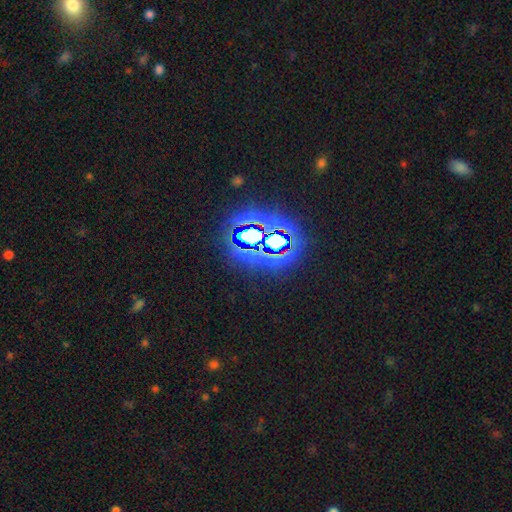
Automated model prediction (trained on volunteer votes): The model was most divided on "smooth or featured": star or artifact: 76%, smooth: 15%, featured or disk: 10%.